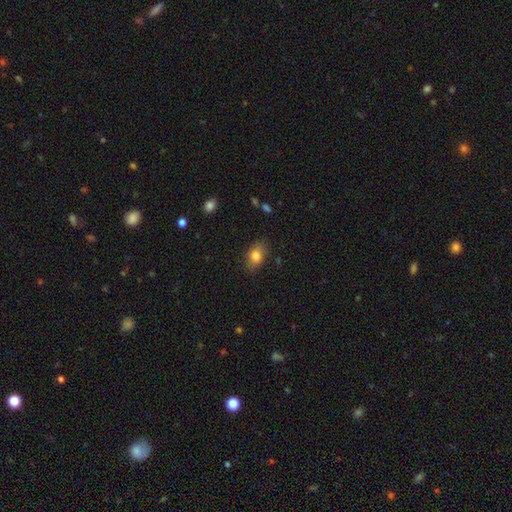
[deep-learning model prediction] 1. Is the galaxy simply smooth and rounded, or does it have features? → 80% smooth, 11% featured or disk, 9% star or artifact.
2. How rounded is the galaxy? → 79% in between, 18% round, 3% cigar-shaped.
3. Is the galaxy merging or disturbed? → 82% none, 14% minor disturbance, 3% major disturbance, 1% merger.